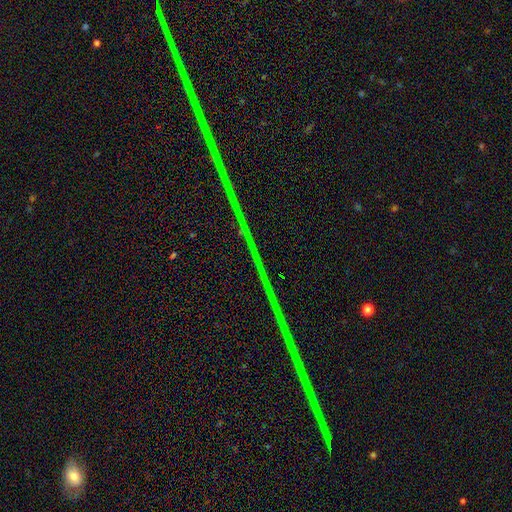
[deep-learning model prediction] Q: Smooth or featured?
A: star or artifact (89%); runner-up: featured or disk (6%)